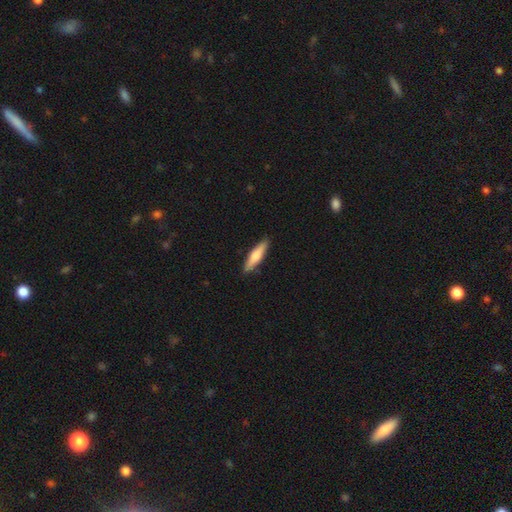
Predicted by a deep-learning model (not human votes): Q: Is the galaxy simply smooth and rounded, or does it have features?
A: smooth — 66%.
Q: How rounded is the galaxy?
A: cigar-shaped — 78%.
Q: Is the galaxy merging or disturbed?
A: none — 89%.